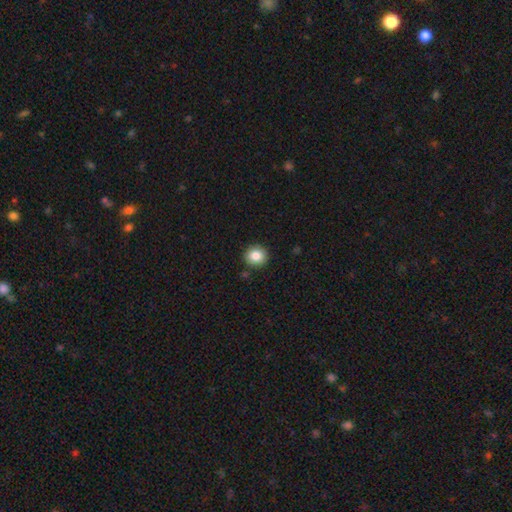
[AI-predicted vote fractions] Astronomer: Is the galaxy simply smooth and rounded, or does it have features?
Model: smooth — 85%.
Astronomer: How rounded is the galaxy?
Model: round — 89%.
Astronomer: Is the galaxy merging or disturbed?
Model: none — 89%.